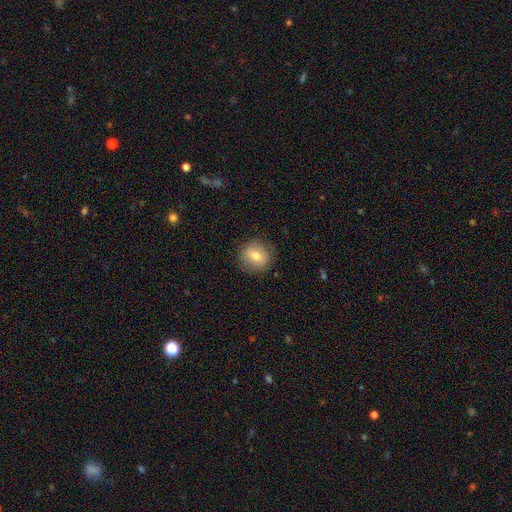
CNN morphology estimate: Smooth or featured?
  - smooth: 71% *
  - featured or disk: 20%
  - star or artifact: 9%
How rounded?
  - round: 86% *
  - in between: 13%
  - cigar-shaped: 1%
Merging?
  - none: 87% *
  - minor disturbance: 9%
  - major disturbance: 3%
  - merger: 1%